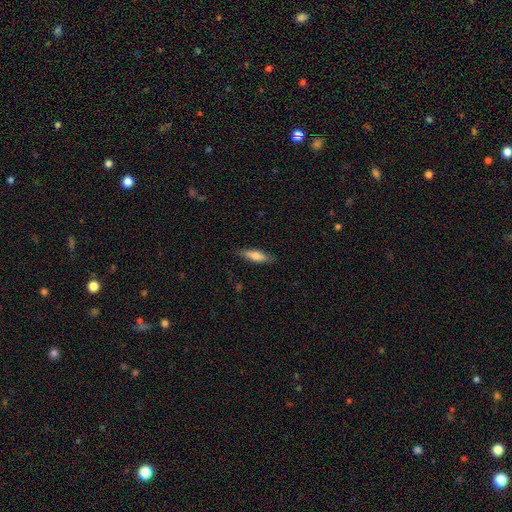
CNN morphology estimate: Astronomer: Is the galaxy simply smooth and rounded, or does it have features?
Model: smooth — 69%.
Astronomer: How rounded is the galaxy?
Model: cigar-shaped — 57% (runner-up: in between, 41%).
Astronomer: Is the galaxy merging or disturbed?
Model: none — 84%.